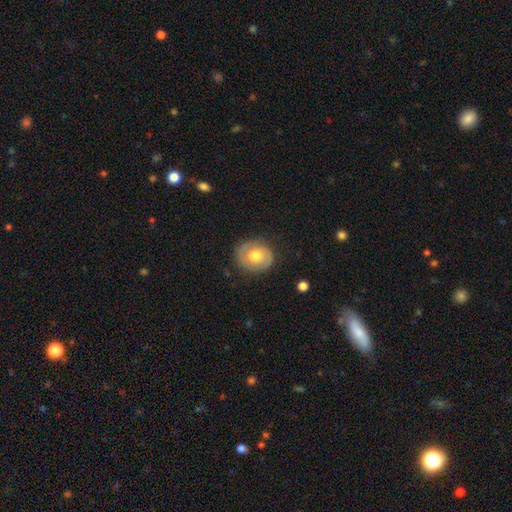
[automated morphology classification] Overall: featured or disk (55%; smooth 38%). Edge-on disk: no (97%). Bar: no (77%). Spiral arms: yes (75%). Bulge size: moderate (71%). Merging: none (80%).